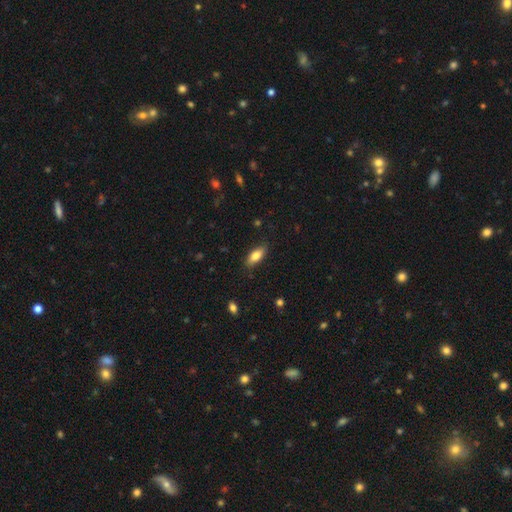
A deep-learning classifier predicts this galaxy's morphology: A smooth galaxy with no disk features (80%) that is in between round and cigar-shaped (83%).

Vote fractions:
- Smooth or featured? smooth: 80% / featured or disk: 13% / star or artifact: 7%
- How rounded? in between: 83% / cigar-shaped: 14% / round: 3%
- Merging? none: 84% / minor disturbance: 12% / major disturbance: 3% / merger: 1%